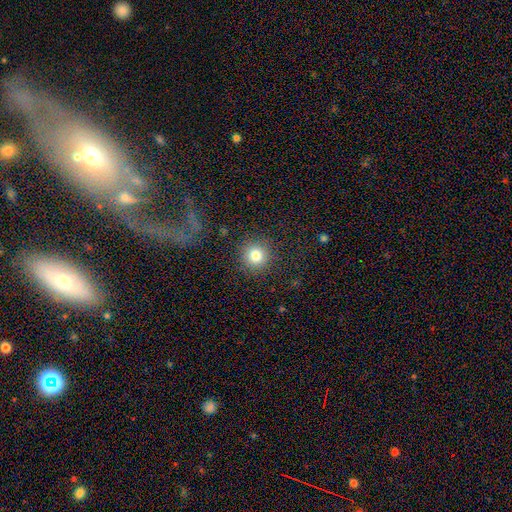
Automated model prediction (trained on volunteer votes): A smooth galaxy with no disk features (81%) that is round (93%).

Vote fractions:
- Smooth or featured? smooth: 81% / star or artifact: 12% / featured or disk: 7%
- How rounded? round: 93% / in between: 6% / cigar-shaped: 1%
- Merging? none: 89% / minor disturbance: 7% / major disturbance: 3% / merger: 1%